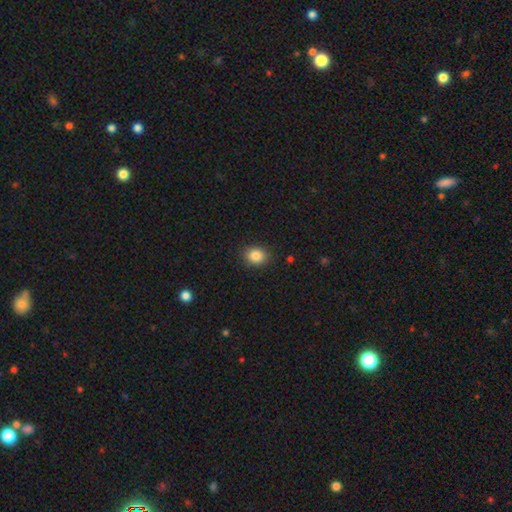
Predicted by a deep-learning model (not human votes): This appears to be a smooth galaxy with no disk features (85%) that is round (56%). Merging: none (88%).